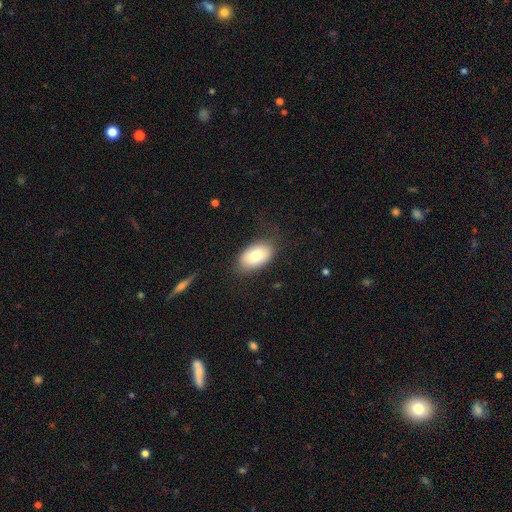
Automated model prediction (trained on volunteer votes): A smooth galaxy with no disk features (79%) that is in between round and cigar-shaped (93%). Merging: none (77%).